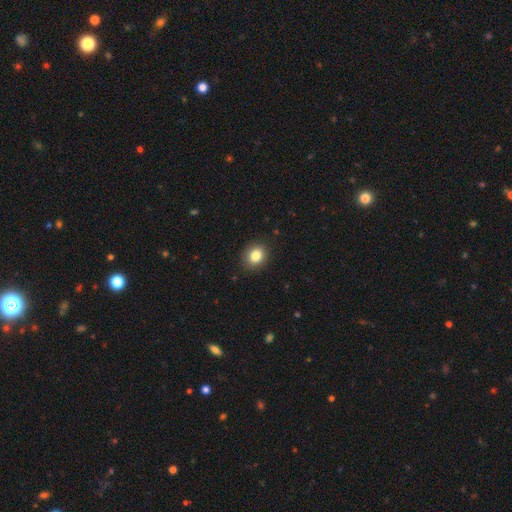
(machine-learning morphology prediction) This is clearly a smooth galaxy (84%). How rounded: likely round (64%). Merging: clearly none (88%).